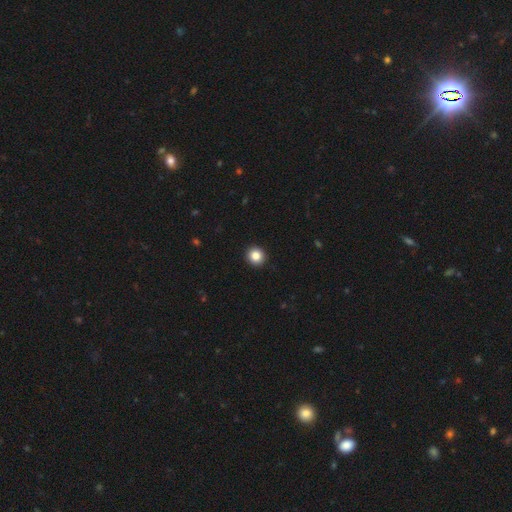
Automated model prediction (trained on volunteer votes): Morphology: type=smooth (85%); roundness=round (92%); merging=none (93%).